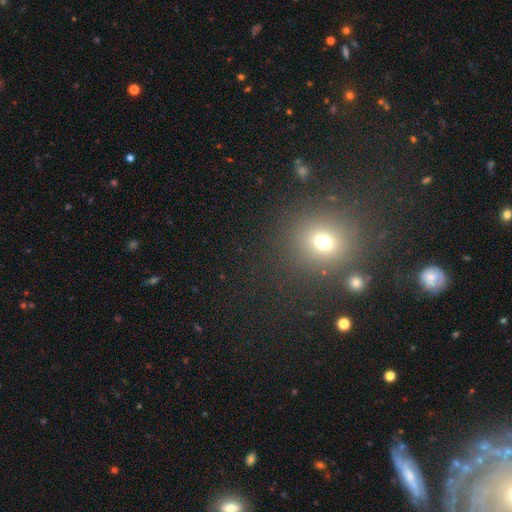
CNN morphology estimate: A smooth galaxy with no disk features (53%) that is round (83%).

Vote fractions:
- Smooth or featured? smooth: 53% / star or artifact: 36% / featured or disk: 11%
- How rounded? round: 83% / in between: 15% / cigar-shaped: 2%
- Merging? none: 83% / minor disturbance: 8% / major disturbance: 5% / merger: 4%